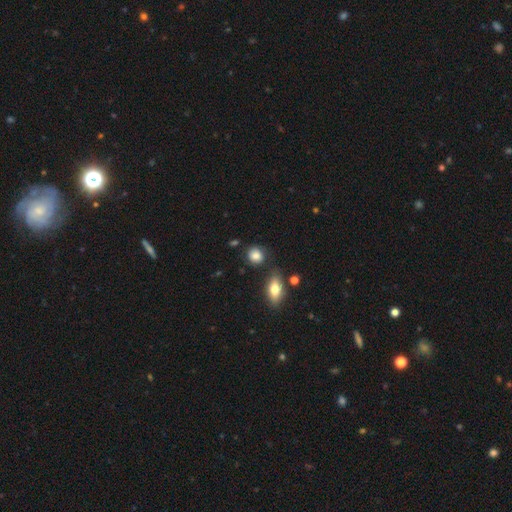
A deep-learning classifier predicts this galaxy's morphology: A smooth galaxy with no disk features (82%) that is round (72%). Merging: none (74%).